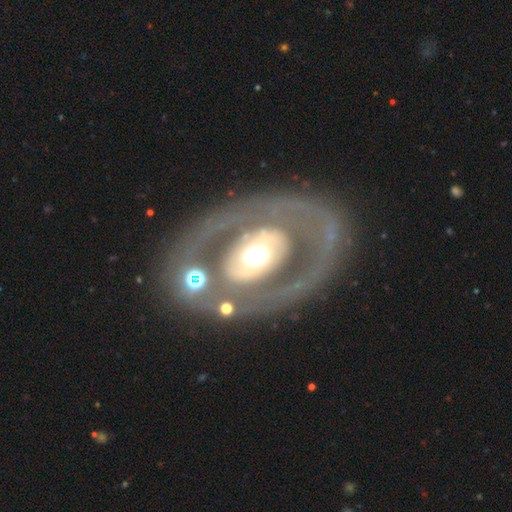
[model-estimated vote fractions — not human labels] Q: Smooth or featured?
A: featured or disk (71%); runner-up: smooth (22%)
Q: Edge-on disk?
A: no (93%); runner-up: yes (7%)
Q: Bar?
A: no (74%); runner-up: weak (15%)
Q: Spiral arms?
A: no (65%); runner-up: yes (35%)
Q: Bulge size?
A: moderate (52%); runner-up: large (35%)
Q: Merging?
A: none (71%); runner-up: major disturbance (13%)